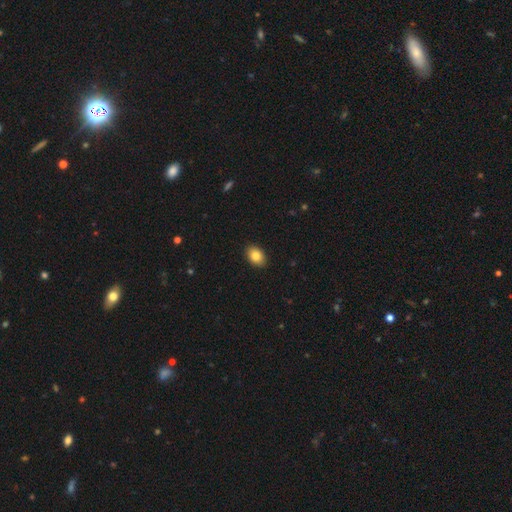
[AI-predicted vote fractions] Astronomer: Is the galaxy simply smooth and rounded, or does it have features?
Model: smooth — 84%.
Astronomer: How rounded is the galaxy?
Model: in between — 79%.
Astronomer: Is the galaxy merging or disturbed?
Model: none — 90%.